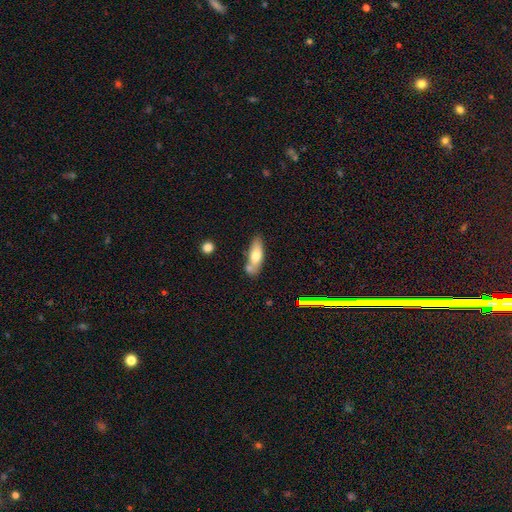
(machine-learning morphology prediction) type=smooth (67%); roundness=in between (57%); merging=none (59%).